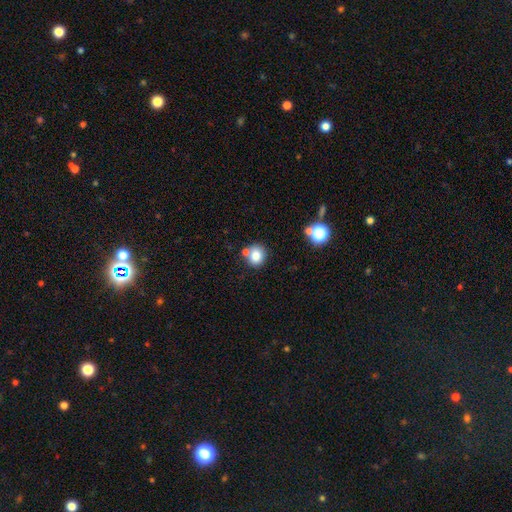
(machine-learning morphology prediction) Overall: smooth (79%). How rounded: round (82%). Merging: none (69%).